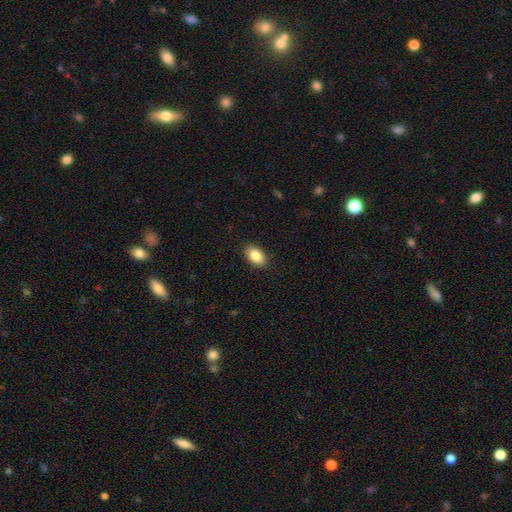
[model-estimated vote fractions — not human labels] This appears to be a smooth galaxy with no disk features (87%) that is in between round and cigar-shaped (92%). Merging: none (89%).